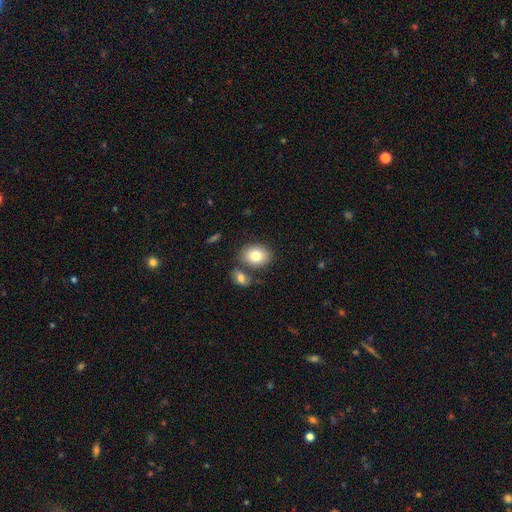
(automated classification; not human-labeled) Q: Smooth or featured?
A: smooth (80%); runner-up: featured or disk (12%)
Q: How rounded?
A: in between (68%); runner-up: round (31%)
Q: Merging?
A: none (69%); runner-up: merger (17%)